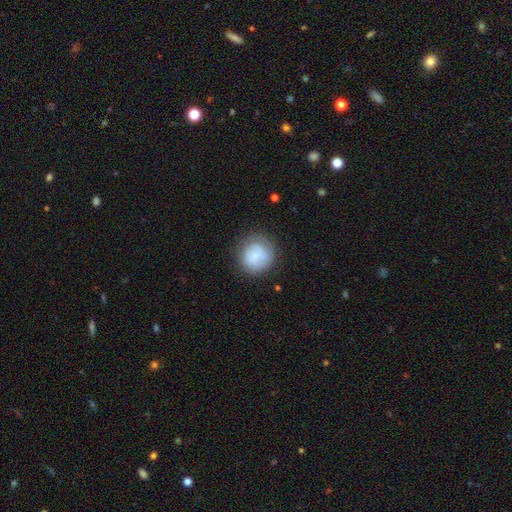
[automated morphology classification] This is likely a smooth galaxy (71%). How rounded: clearly round (89%). Merging: likely none (74%).